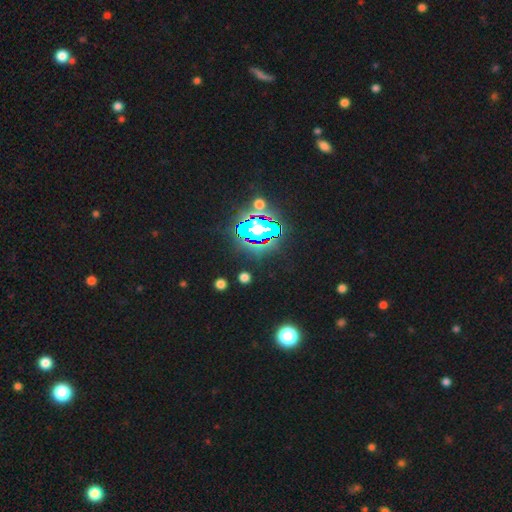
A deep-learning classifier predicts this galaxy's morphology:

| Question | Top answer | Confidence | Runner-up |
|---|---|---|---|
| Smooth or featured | star or artifact | 85% | smooth (9%) |